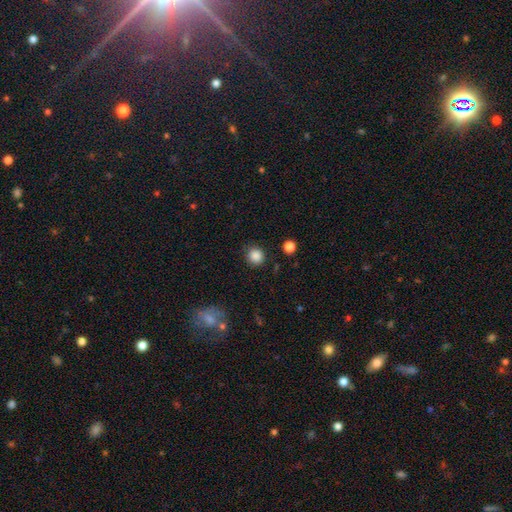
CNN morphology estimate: This appears to be a smooth galaxy with no disk features (86%) that is round (91%). Merging: none (86%).